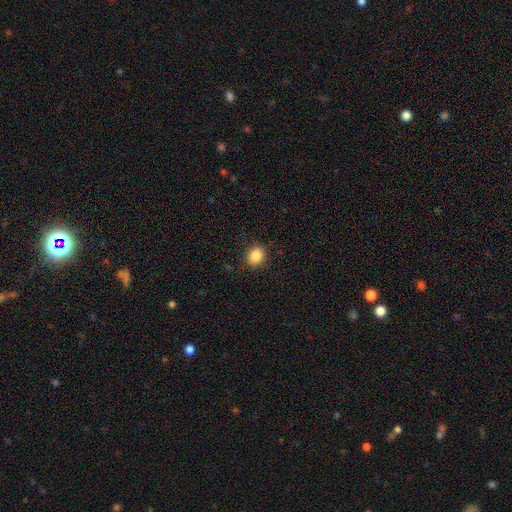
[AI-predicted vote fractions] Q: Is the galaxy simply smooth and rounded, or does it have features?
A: smooth — 86%.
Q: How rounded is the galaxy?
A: round — 65%.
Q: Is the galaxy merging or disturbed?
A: none — 87%.